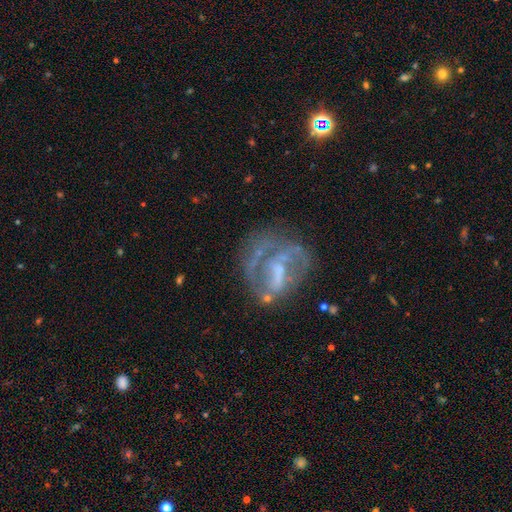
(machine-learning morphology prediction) A featured or disk galaxy (70%) with no bar (40%), no spiral arms (54%) and no central bulge (40%).

Vote fractions:
- Smooth or featured? featured or disk: 70% / smooth: 18% / star or artifact: 12%
- Edge-on disk? no: 96% / yes: 4%
- Bar? no: 40% / weak: 37% / strong: 23%
- Spiral arms? no: 54% / yes: 46%
- Bulge size? none: 40% / small: 29% / moderate: 25% / large: 4% / dominant: 1%
- Merging? none: 48% / major disturbance: 27% / minor disturbance: 19% / merger: 6%